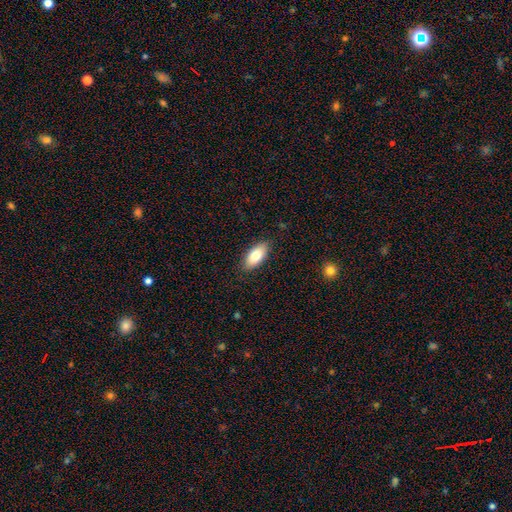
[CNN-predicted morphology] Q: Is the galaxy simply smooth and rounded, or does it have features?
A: smooth — 80%.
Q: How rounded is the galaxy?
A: in between — 89%.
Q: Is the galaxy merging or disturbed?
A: none — 87%.